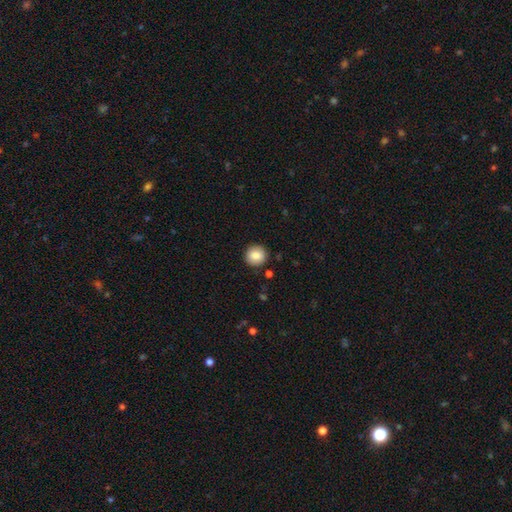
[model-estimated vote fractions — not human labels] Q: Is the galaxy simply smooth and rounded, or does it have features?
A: smooth — 86%.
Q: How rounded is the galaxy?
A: round — 92%.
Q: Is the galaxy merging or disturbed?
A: none — 91%.